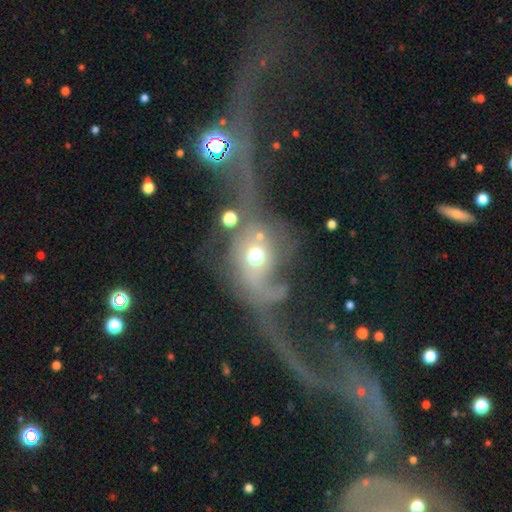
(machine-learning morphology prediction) Overall: featured or disk (50%; smooth 35%). Merging: major disturbance (47%; merger 25%).